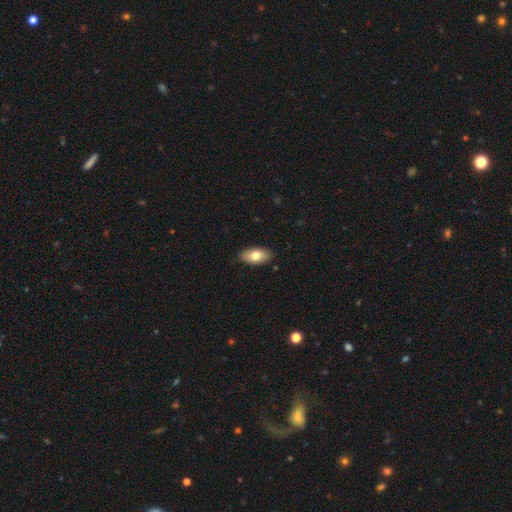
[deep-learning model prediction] smooth_or_featured: smooth (p=0.76) [alt: featured or disk p=0.17]
how_rounded: in between (p=0.92) [alt: cigar-shaped p=0.04]
merging: none (p=0.88) [alt: minor disturbance p=0.09]